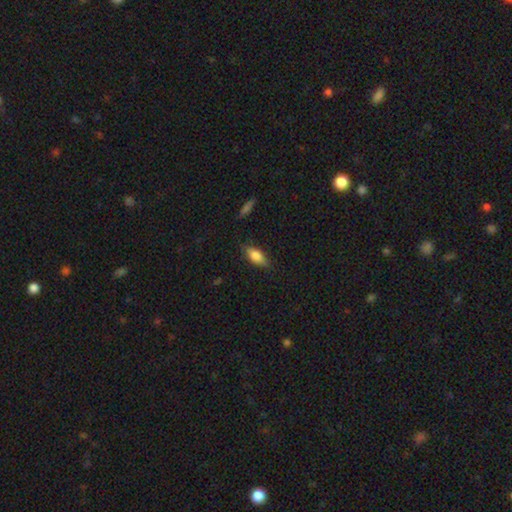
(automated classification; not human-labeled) This appears to be a smooth galaxy with no disk features (77%) that is in between round and cigar-shaped (78%). Merging: none (81%).